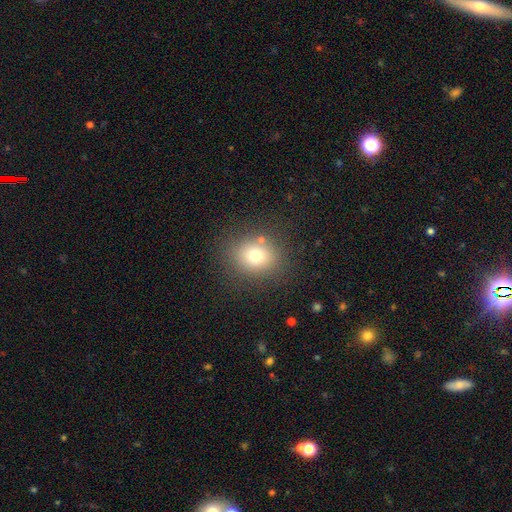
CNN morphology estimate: Smooth or featured? Predicted: smooth (p=0.72). How rounded? Predicted: round (p=0.69). Merging? Predicted: none (p=0.81).